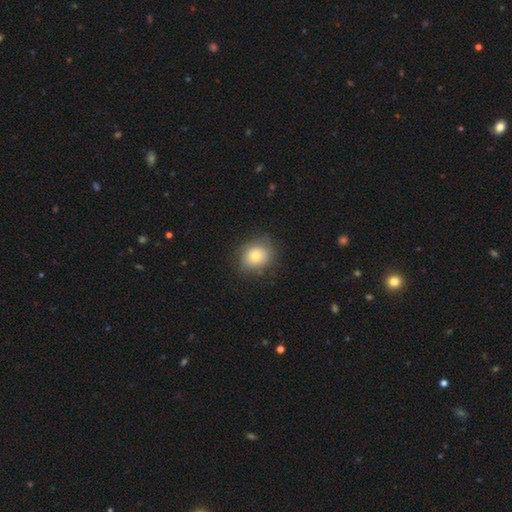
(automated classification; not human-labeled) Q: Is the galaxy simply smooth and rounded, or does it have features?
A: smooth — 75%.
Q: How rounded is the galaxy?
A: round — 64%.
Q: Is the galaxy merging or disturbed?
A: none — 74%.